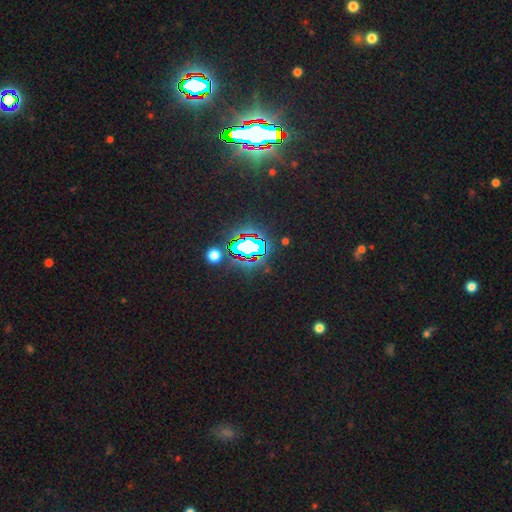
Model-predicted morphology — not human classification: Overall: star or artifact (84%).